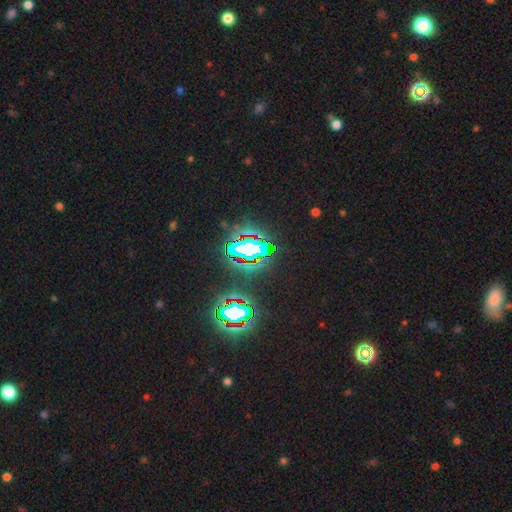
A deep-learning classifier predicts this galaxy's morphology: Smooth or featured: star or artifact — 83% (smooth — 10%)